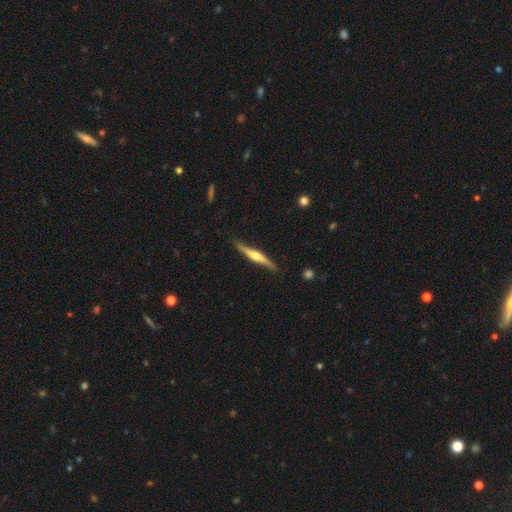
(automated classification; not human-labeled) Smooth or featured? featured or disk (72%)
Edge-on disk? yes (97%)
Edge-on bulge? rounded (90%)
Merging? none (86%)